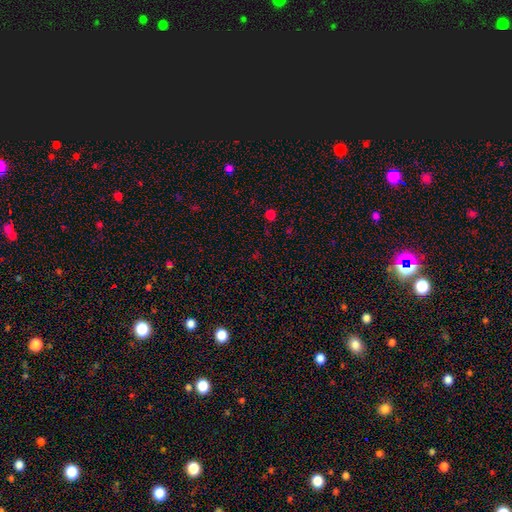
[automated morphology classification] type=star or artifact (61%).